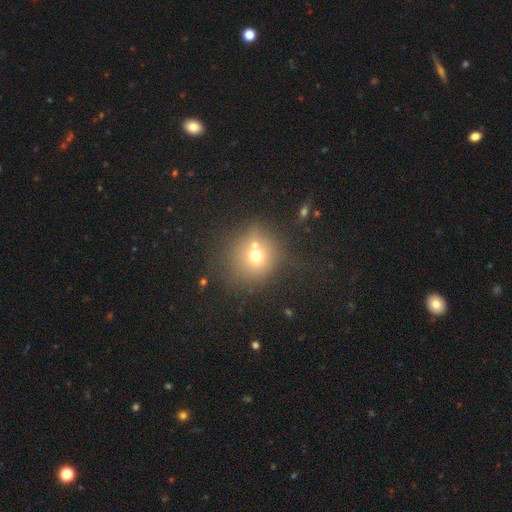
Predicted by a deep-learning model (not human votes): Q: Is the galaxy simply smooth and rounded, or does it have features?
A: smooth — 65%.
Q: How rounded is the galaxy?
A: round — 88%.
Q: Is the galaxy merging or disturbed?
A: none — 53%.